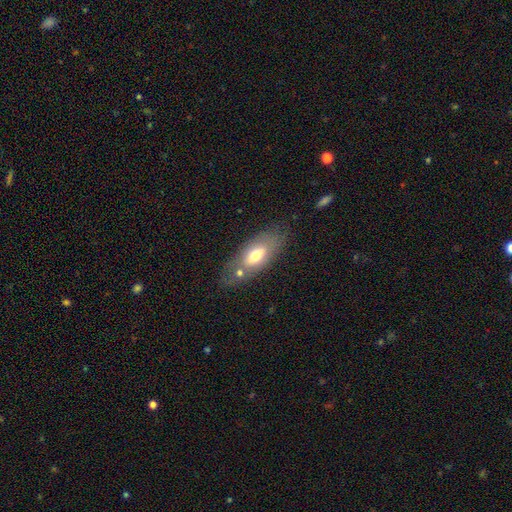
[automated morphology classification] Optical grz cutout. It shows a smooth galaxy with no disk features (58%) that is in between round and cigar-shaped (82%). Merging: none (64%).